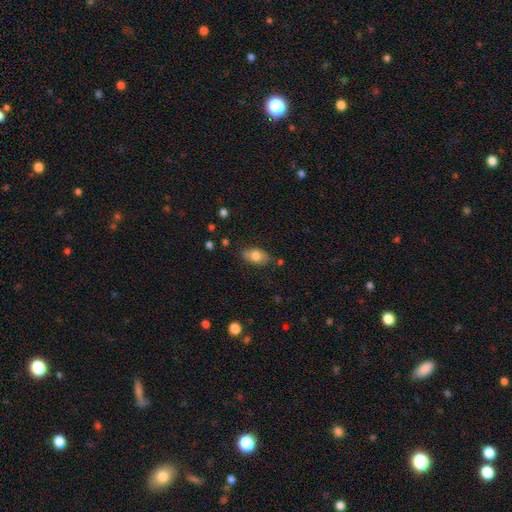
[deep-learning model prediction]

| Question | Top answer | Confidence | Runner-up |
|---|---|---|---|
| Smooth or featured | smooth | 75% | featured or disk (17%) |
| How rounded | in between | 89% | round (8%) |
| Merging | none | 77% | minor disturbance (17%) |